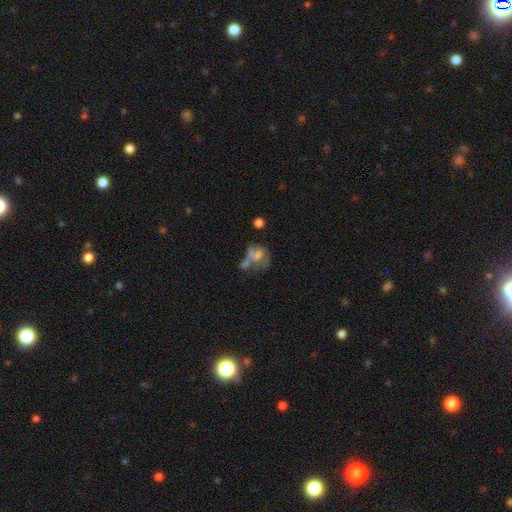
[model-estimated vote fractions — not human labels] Q: Smooth or featured?
A: featured or disk (45%); runner-up: smooth (43%)
Q: Merging?
A: merger (36%); runner-up: major disturbance (26%)